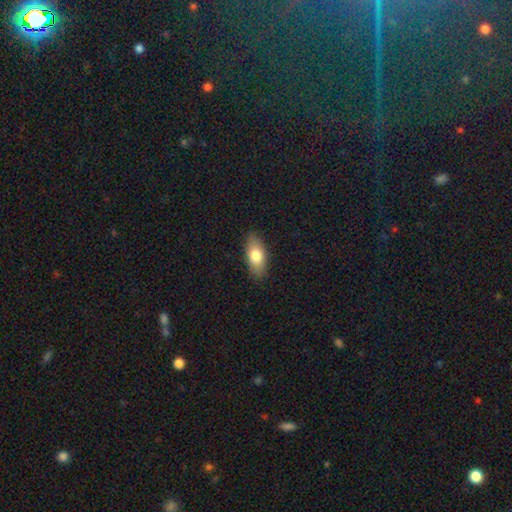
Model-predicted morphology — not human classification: smooth-or-featured: smooth: 77% | featured or disk: 16% | star or artifact: 6%
  how-rounded: in between: 85% | cigar-shaped: 12% | round: 3%
  merging: none: 87% | minor disturbance: 10% | major disturbance: 2% | merger: 1%